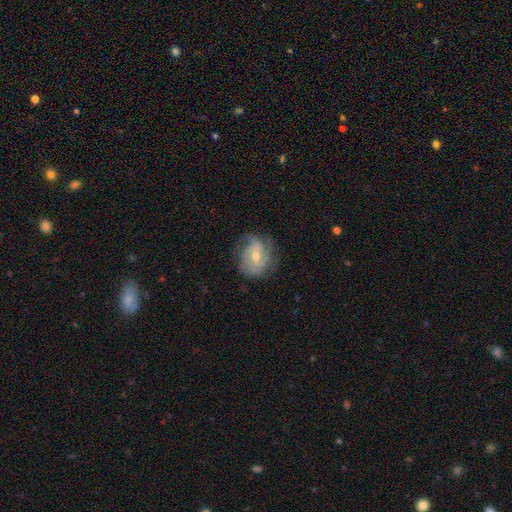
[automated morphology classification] featured or disk 83%, smooth 10%, star or artifact 7%. Down the decision tree: edge-on disk — no (97%); bar — no (43%, tied with weak); spiral arms — yes (95%); spiral arm count — 3 (33%); spiral winding — tight (51%); bulge size — moderate (53%); merging — none (73%).